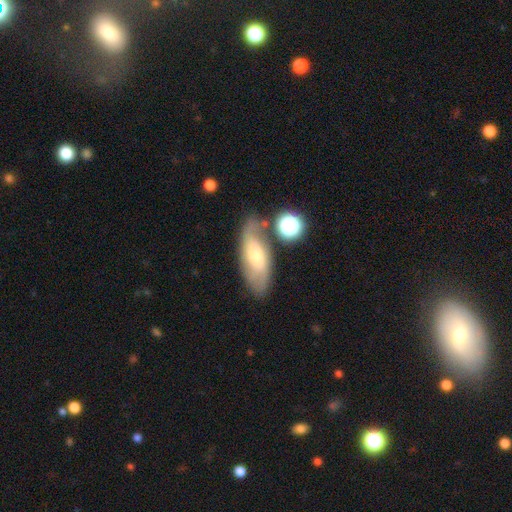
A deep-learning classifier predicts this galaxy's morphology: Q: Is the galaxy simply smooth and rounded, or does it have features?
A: smooth — 50%.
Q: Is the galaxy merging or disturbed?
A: none — 68%.